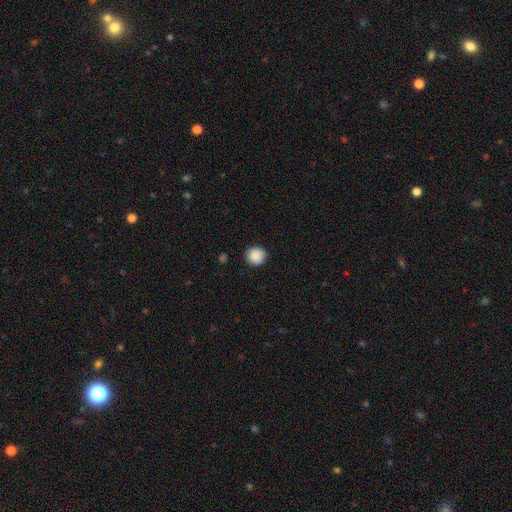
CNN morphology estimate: smooth-or-featured: smooth: 89% | star or artifact: 8% | featured or disk: 3%
  how-rounded: round: 92% | in between: 7% | cigar-shaped: 1%
  merging: none: 90% | minor disturbance: 7% | major disturbance: 2% | merger: 1%